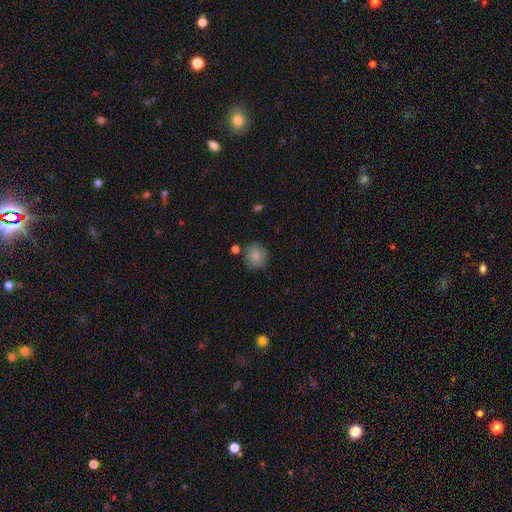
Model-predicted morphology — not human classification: smooth_or_featured: smooth (p=0.86) [alt: star or artifact p=0.08]
how_rounded: round (p=0.87) [alt: in between p=0.12]
merging: none (p=0.79) [alt: minor disturbance p=0.13]